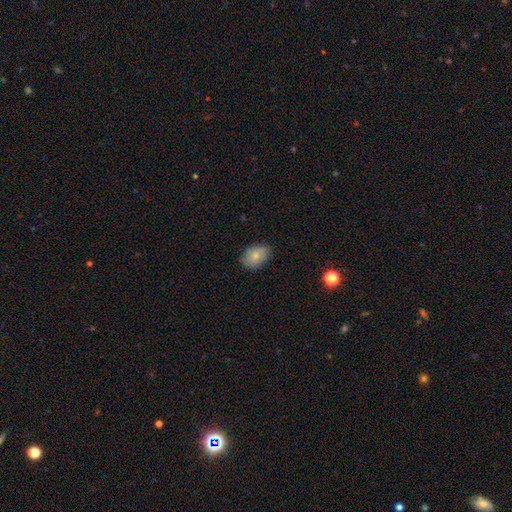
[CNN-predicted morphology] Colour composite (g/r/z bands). It shows a smooth galaxy with no disk features (73%) that is in between round and cigar-shaped (77%). Merging: none (73%).